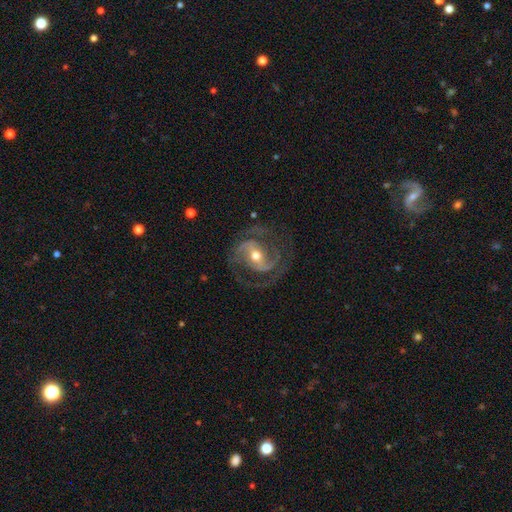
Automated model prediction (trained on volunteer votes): Smooth or featured?
  - featured or disk: 89% *
  - smooth: 6%
  - star or artifact: 5%
Edge-on disk?
  - no: 97% *
  - yes: 3%
Bar?
  - weak: 39% *
  - strong: 34%
  - no: 27%
Spiral arms?
  - yes: 96% *
  - no: 4%
Spiral winding?
  - medium: 53% *
  - tight: 31%
  - loose: 16%
Spiral arm count?
  - 2: 76% *
  - 3: 10%
  - can't tell: 7%
  - 1: 3%
  - 4: 2%
  - more than 4: 2%
Bulge size?
  - moderate: 67% *
  - small: 27%
  - large: 4%
  - none: 1%
  - dominant: 1%
Merging?
  - none: 72% *
  - minor disturbance: 15%
  - major disturbance: 12%
  - merger: 1%